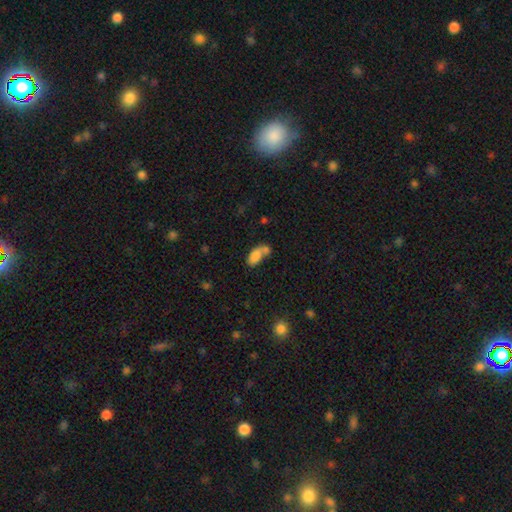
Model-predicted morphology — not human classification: This is likely a smooth galaxy (77%). How rounded: clearly in between (89%). Merging: possibly merger (56%).